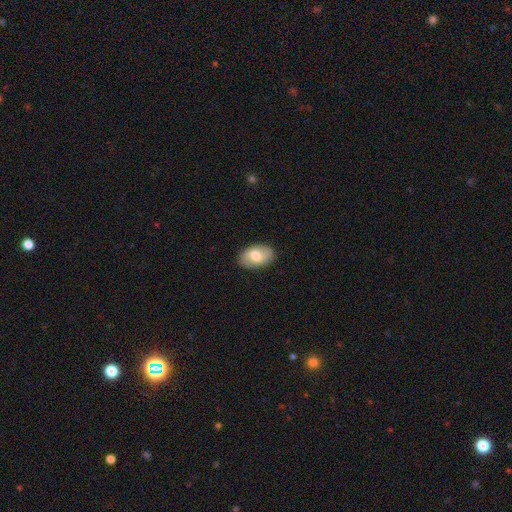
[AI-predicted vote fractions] Smooth or featured: smooth — 62% (featured or disk — 32%)
How rounded: in between — 91% (round — 8%)
Merging: none — 86% (minor disturbance — 10%)